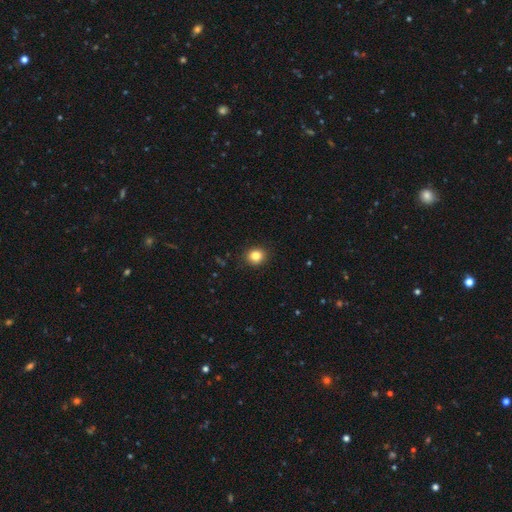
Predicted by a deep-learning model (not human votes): A smooth galaxy with no disk features (83%) that is round (81%).

Vote fractions:
- Smooth or featured? smooth: 83% / star or artifact: 11% / featured or disk: 6%
- How rounded? round: 81% / in between: 18% / cigar-shaped: 1%
- Merging? none: 91% / minor disturbance: 7% / major disturbance: 2% / merger: 1%